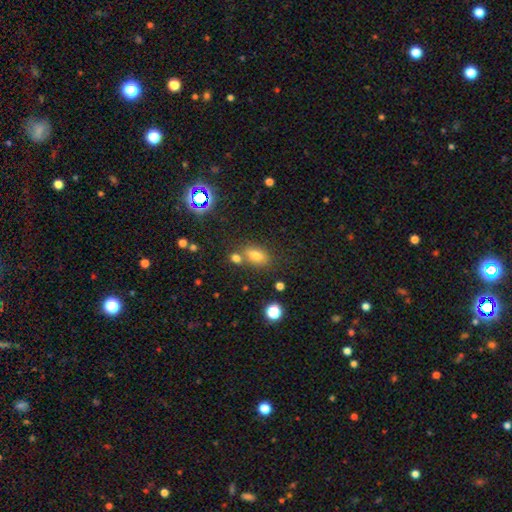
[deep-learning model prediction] Smooth or featured?
  - smooth: 68% *
  - star or artifact: 18%
  - featured or disk: 13%
How rounded?
  - in between: 80% *
  - round: 15%
  - cigar-shaped: 5%
Merging?
  - none: 65% *
  - merger: 19%
  - minor disturbance: 12%
  - major disturbance: 4%